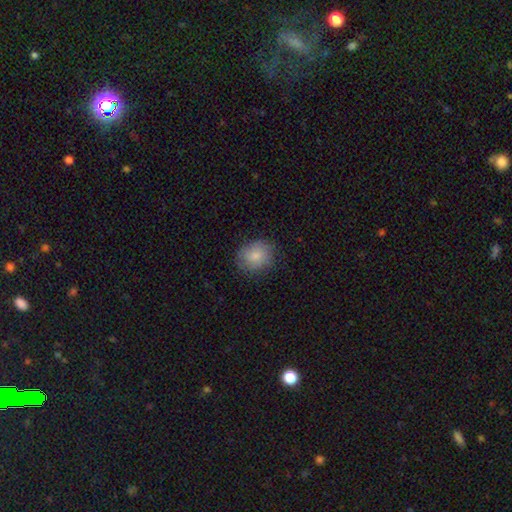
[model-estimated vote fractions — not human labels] A smooth galaxy with no disk features (82%) that is round (69%).

Vote fractions:
- Smooth or featured? smooth: 82% / featured or disk: 11% / star or artifact: 7%
- How rounded? round: 69% / in between: 30% / cigar-shaped: 1%
- Merging? none: 81% / minor disturbance: 14% / major disturbance: 4% / merger: 1%